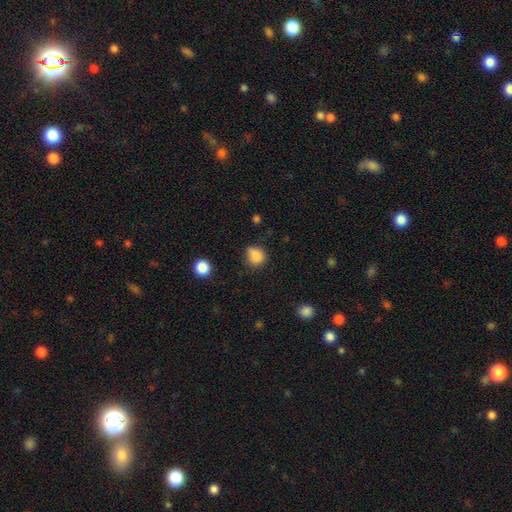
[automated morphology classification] smooth 85%, star or artifact 11%, featured or disk 4%. Down the decision tree: how rounded — round (59%); merging — none (63%).